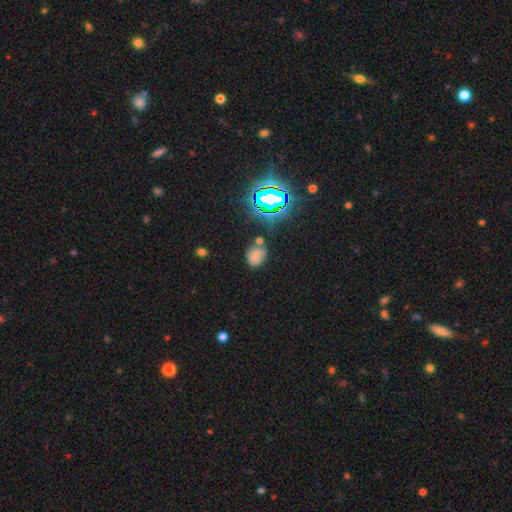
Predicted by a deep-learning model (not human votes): Smooth or featured: smooth — 63% (star or artifact — 25%)
How rounded: in between — 53% (round — 46%)
Merging: none — 64% (minor disturbance — 20%)